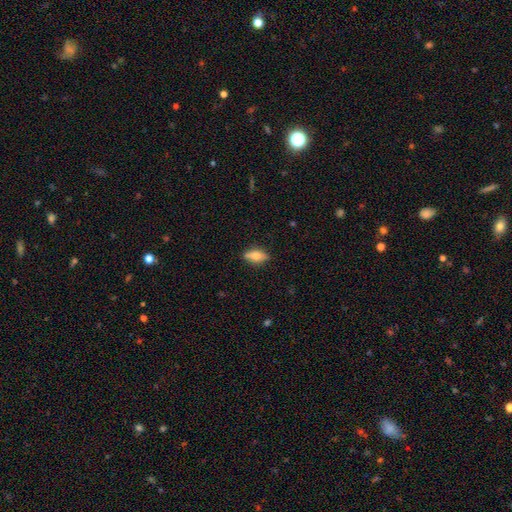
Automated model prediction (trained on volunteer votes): smooth_or_featured: smooth (p=0.62) [alt: featured or disk p=0.31]
how_rounded: in between (p=0.74) [alt: cigar-shaped p=0.21]
merging: none (p=0.84) [alt: minor disturbance p=0.12]